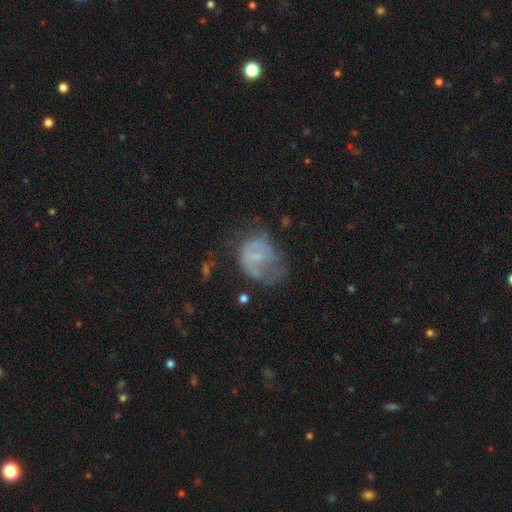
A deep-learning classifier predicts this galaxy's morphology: smooth-or-featured: featured or disk: 49% | smooth: 39% | star or artifact: 12%
  merging: major disturbance: 35% | none: 34% | minor disturbance: 26% | merger: 4%